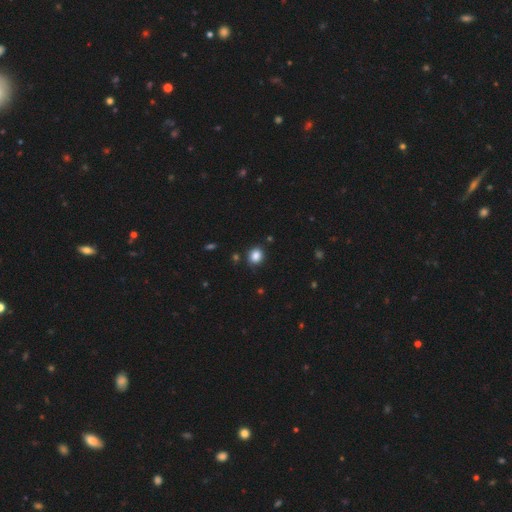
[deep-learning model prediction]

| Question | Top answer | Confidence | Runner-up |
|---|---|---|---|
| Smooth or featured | smooth | 86% | star or artifact (10%) |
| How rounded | round | 61% | in between (38%) |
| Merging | none | 87% | minor disturbance (9%) |